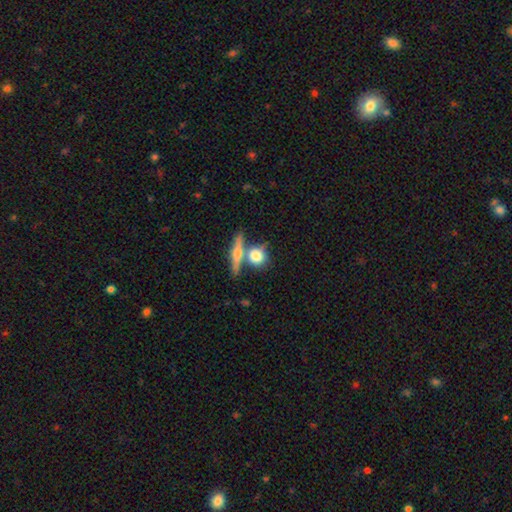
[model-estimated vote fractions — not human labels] smooth_or_featured: smooth (p=0.69) [alt: featured or disk p=0.22]
how_rounded: round (p=0.70) [alt: in between p=0.21]
merging: none (p=0.55) [alt: merger p=0.29]